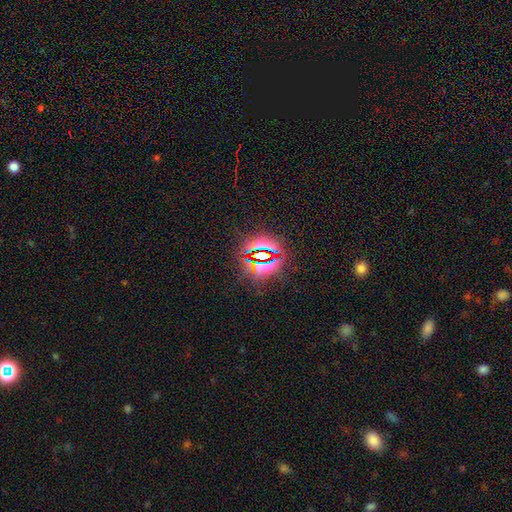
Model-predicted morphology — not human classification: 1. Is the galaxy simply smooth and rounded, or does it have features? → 79% star or artifact, 12% smooth, 8% featured or disk.